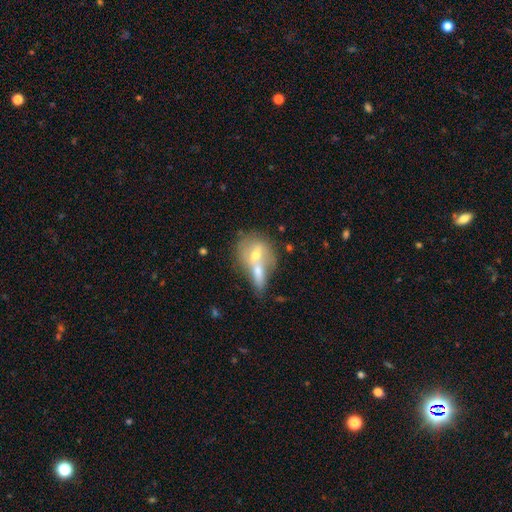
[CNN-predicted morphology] Smooth or featured: smooth — 50% (featured or disk — 41%)
Merging: merger — 63% (none — 24%)